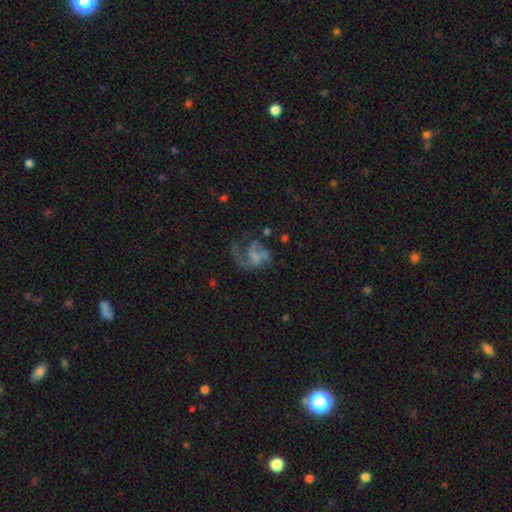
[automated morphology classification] A featured or disk galaxy (66%) with no bar (62%), spiral arms (73%) and a small central bulge (41%). Merging: major disturbance (48%).